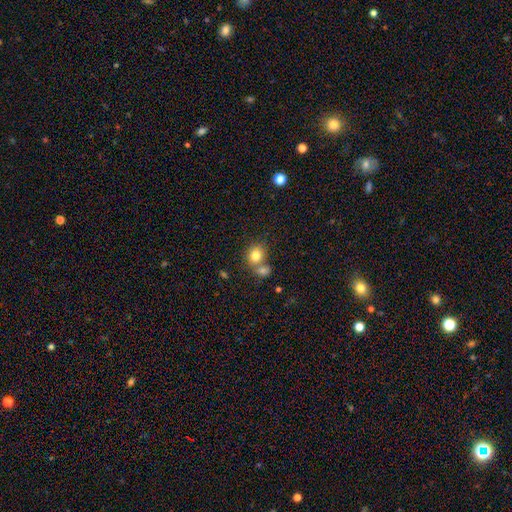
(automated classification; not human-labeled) Smooth or featured?
  - smooth: 80% *
  - star or artifact: 11%
  - featured or disk: 9%
How rounded?
  - round: 71% *
  - in between: 28%
  - cigar-shaped: 1%
Merging?
  - none: 47% *
  - merger: 40%
  - minor disturbance: 9%
  - major disturbance: 3%